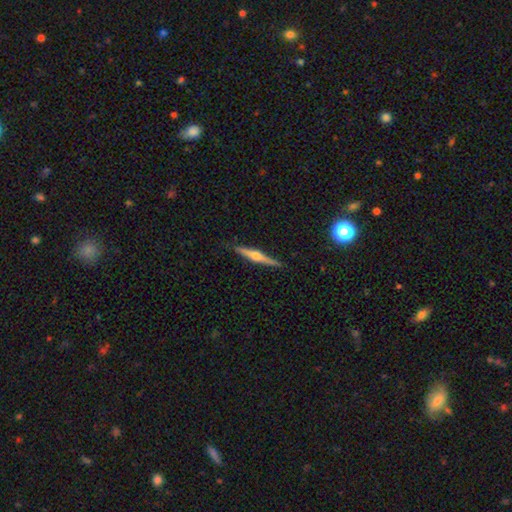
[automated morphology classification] Overall: featured or disk (73%). Edge-on disk: yes (98%). Edge-on bulge: rounded (92%). Merging: none (89%).